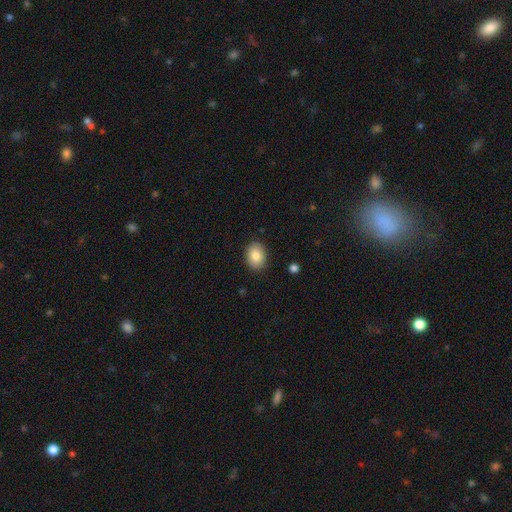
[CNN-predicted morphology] Smooth or featured? smooth (84%)
How rounded? in between (68%)
Merging? none (89%)